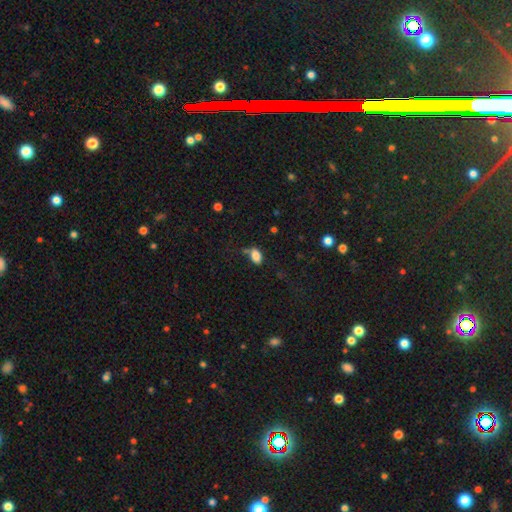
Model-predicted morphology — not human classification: A smooth galaxy with no disk features (82%) that is in between round and cigar-shaped (89%).

Vote fractions:
- Smooth or featured? smooth: 82% / star or artifact: 9% / featured or disk: 9%
- How rounded? in between: 89% / round: 8% / cigar-shaped: 2%
- Merging? none: 48% / minor disturbance: 28% / major disturbance: 15% / merger: 9%